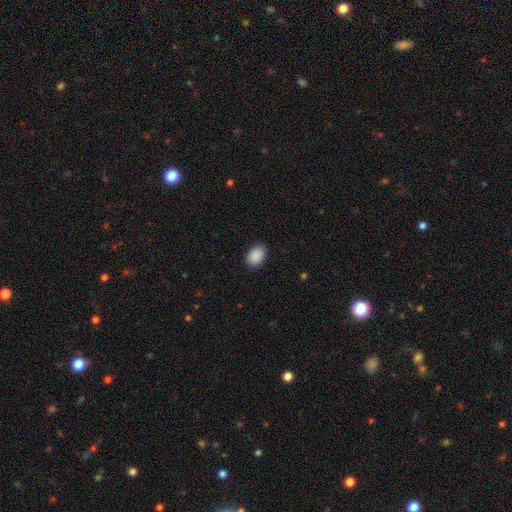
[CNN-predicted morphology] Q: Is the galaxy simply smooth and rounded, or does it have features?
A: smooth — 90%.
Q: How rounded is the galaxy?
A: in between — 72%.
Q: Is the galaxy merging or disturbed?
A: none — 89%.